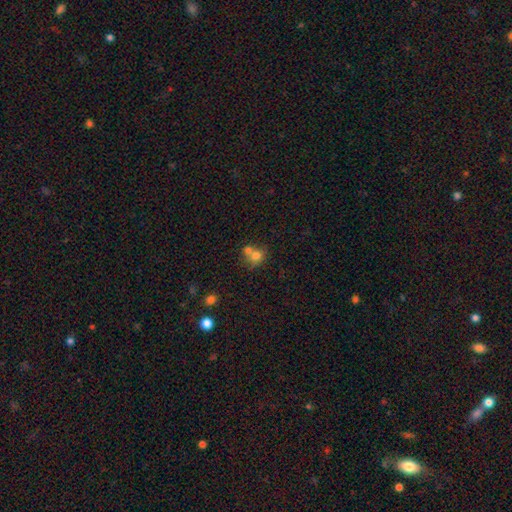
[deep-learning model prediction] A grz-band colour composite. It shows a smooth galaxy with no disk features (73%) that is round (71%). Merging: merger (52%).